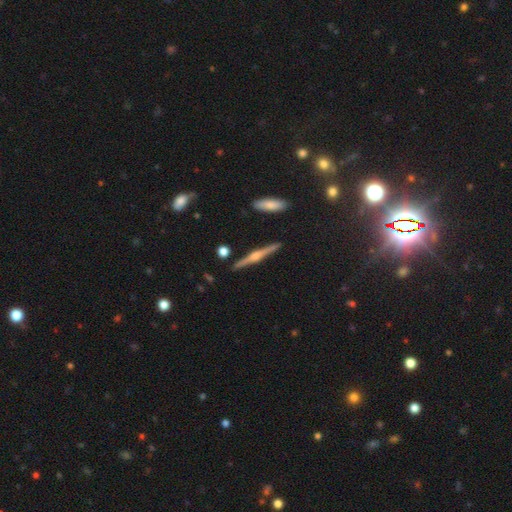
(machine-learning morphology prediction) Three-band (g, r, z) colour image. It shows a featured or disk galaxy (79%) viewed edge-on (98%) with a rounded central bulge (88%). Merging: none (90%).